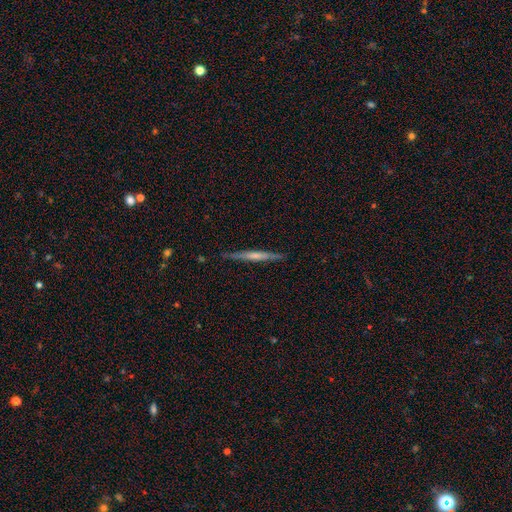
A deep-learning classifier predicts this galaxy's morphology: Overall: featured or disk (53%; smooth 41%). Edge-on disk: yes (96%). Edge-on bulge: none (55%; rounded 28%). Merging: none (87%).